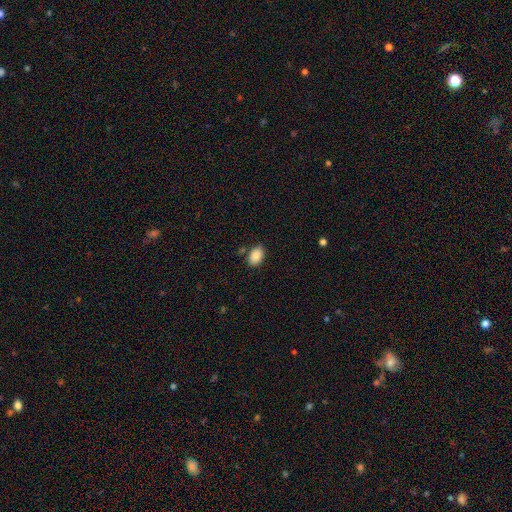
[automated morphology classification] This is clearly a smooth galaxy (89%). How rounded: clearly in between (89%). Merging: likely none (79%).